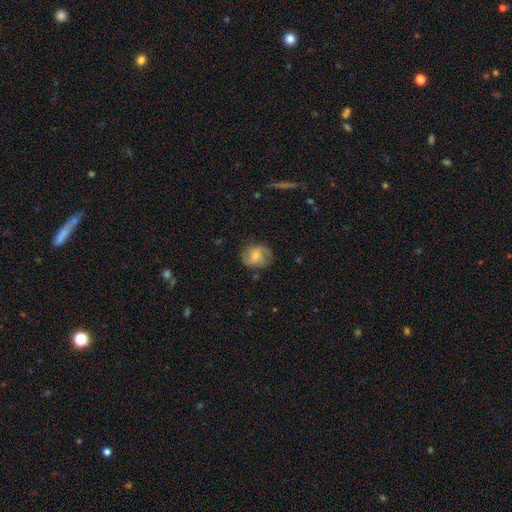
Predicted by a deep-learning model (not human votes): Q: Smooth or featured?
A: smooth (58%); runner-up: featured or disk (35%)
Q: How rounded?
A: round (67%); runner-up: in between (32%)
Q: Merging?
A: none (70%); runner-up: minor disturbance (21%)